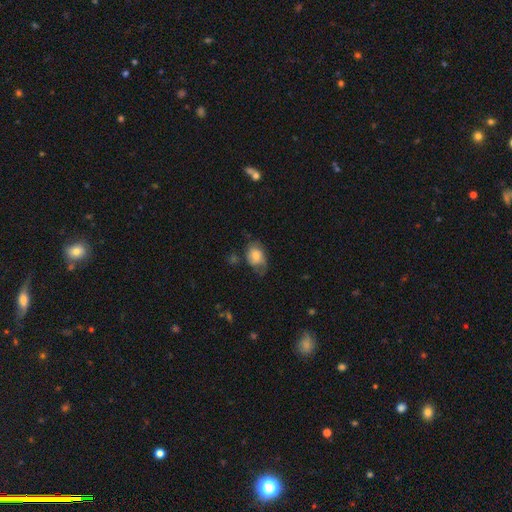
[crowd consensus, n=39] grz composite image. It shows a smooth galaxy with no disk features (82%) that is in between round and cigar-shaped (69%). Merging: none (50%).